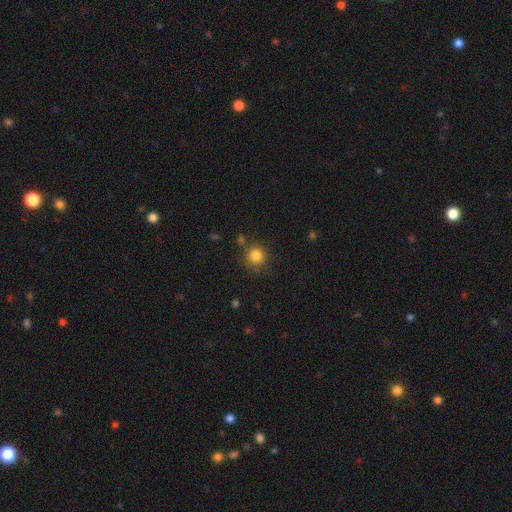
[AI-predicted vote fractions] smooth 83%, star or artifact 12%, featured or disk 5%. Down the decision tree: how rounded — round (92%); merging — none (80%).